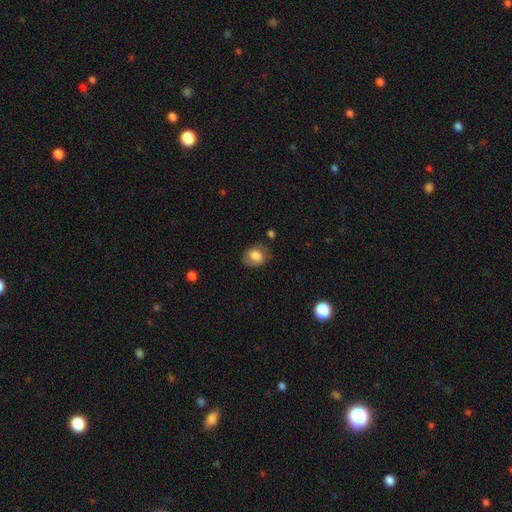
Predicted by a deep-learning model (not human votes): smooth-or-featured: smooth: 78% | featured or disk: 13% | star or artifact: 8%
  how-rounded: round: 55% | in between: 44% | cigar-shaped: 1%
  merging: none: 71% | minor disturbance: 20% | major disturbance: 7% | merger: 2%